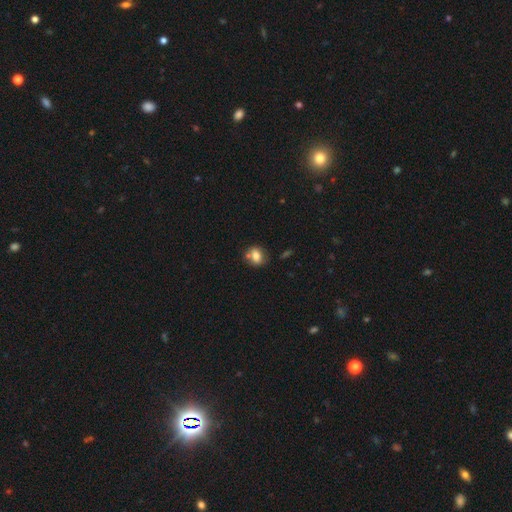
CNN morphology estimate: Smooth or featured? Predicted: smooth (p=0.76). How rounded? Predicted: round (p=0.55). Merging? Predicted: none (p=0.61).